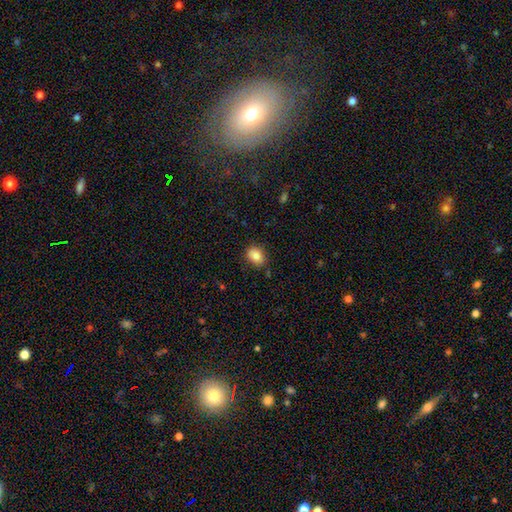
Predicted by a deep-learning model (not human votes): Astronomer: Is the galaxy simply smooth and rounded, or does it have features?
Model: smooth — 85%.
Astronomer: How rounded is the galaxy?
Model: in between — 59% (runner-up: round, 40%).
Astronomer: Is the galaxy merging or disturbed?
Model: none — 81%.